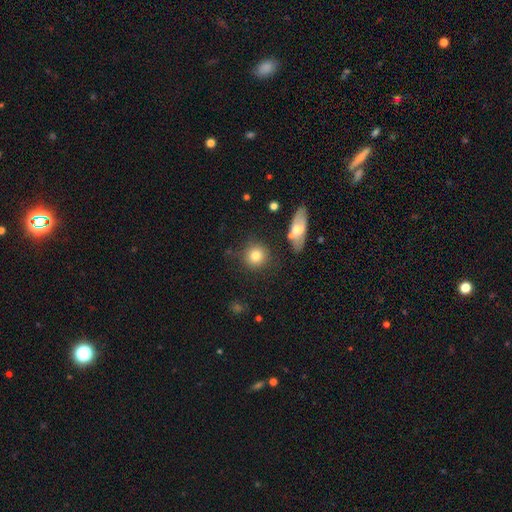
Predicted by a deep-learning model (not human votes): Morphology: type=smooth (79%); roundness=round (90%); merging=none (81%).